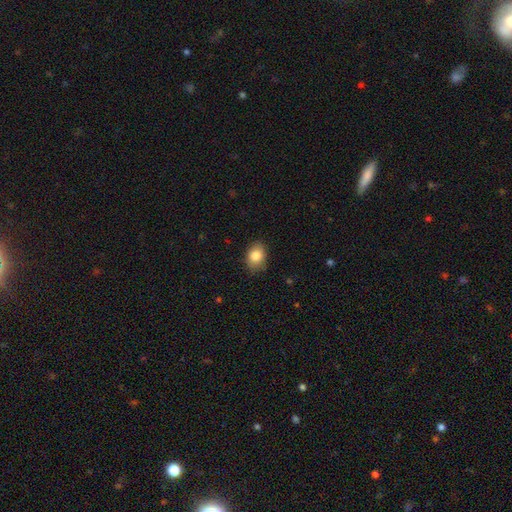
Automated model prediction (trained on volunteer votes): A smooth galaxy with no disk features (85%) that is in between round and cigar-shaped (69%). Merging: none (81%).